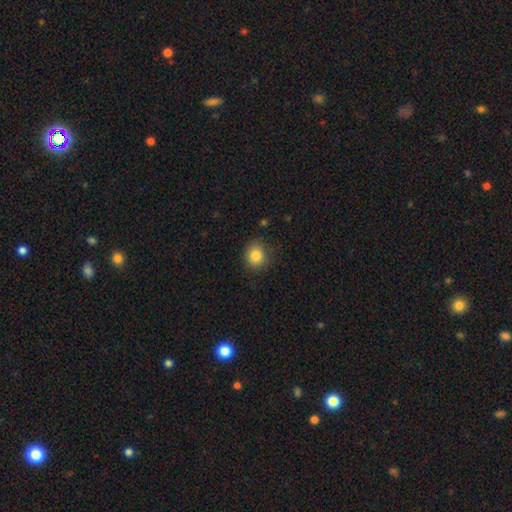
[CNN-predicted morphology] Smooth or featured: smooth — 84% (star or artifact — 10%)
How rounded: round — 82% (in between — 17%)
Merging: none — 82% (minor disturbance — 13%)